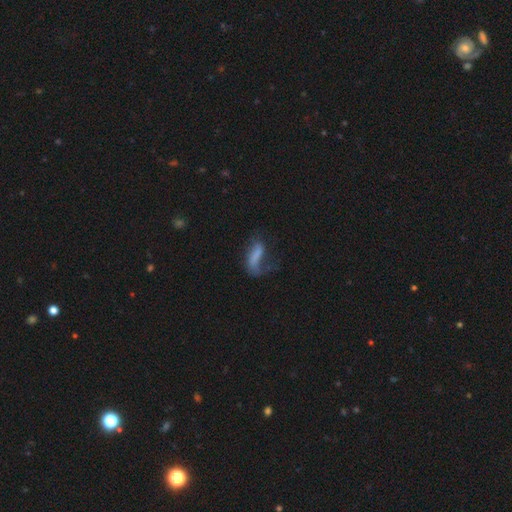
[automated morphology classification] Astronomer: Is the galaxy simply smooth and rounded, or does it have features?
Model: smooth — 55% (runner-up: featured or disk, 34%).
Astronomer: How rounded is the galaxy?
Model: in between — 60% (runner-up: cigar-shaped, 35%).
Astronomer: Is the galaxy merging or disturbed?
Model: major disturbance — 44% (runner-up: none, 30%).